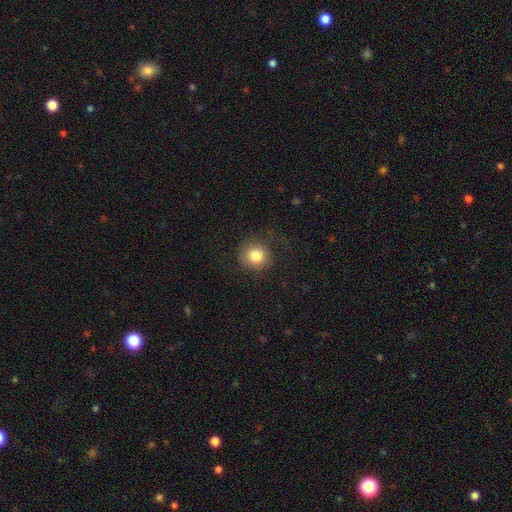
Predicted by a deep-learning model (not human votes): Overall: smooth (82%). How rounded: round (92%). Merging: none (81%).